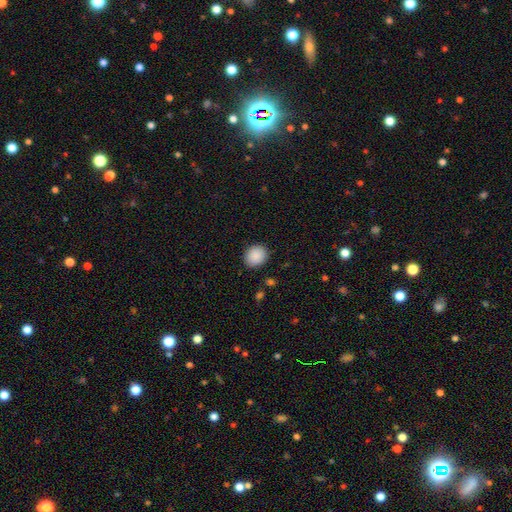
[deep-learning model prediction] Smooth or featured?
  - smooth: 90% *
  - star or artifact: 7%
  - featured or disk: 3%
How rounded?
  - round: 67% *
  - in between: 32%
  - cigar-shaped: 1%
Merging?
  - none: 89% *
  - minor disturbance: 8%
  - major disturbance: 2%
  - merger: 1%